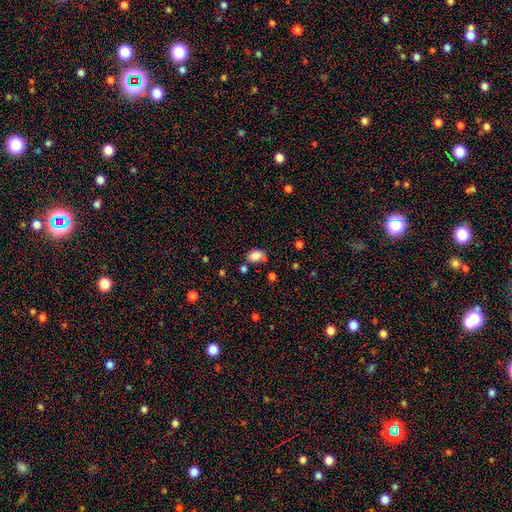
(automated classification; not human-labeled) Morphology: type=smooth (83%); roundness=in between (83%); merging=none (58%).